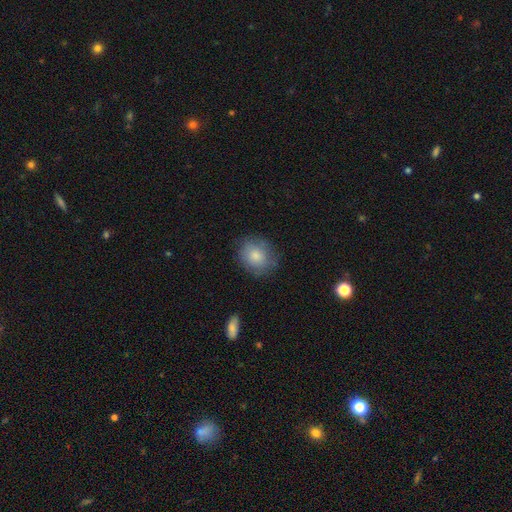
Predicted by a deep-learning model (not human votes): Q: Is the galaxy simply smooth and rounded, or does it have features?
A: smooth — 80%.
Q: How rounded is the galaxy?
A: round — 70%.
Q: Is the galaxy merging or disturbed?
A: none — 76%.